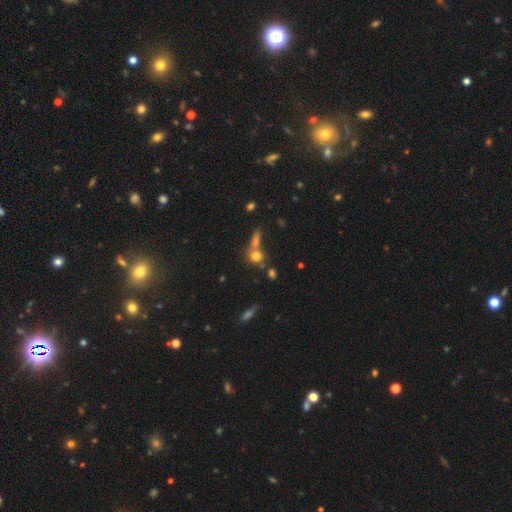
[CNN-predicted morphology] smooth-or-featured: smooth: 71% | star or artifact: 15% | featured or disk: 13%
  how-rounded: round: 66% | in between: 27% | cigar-shaped: 6%
  merging: none: 47% | merger: 37% | minor disturbance: 10% | major disturbance: 6%